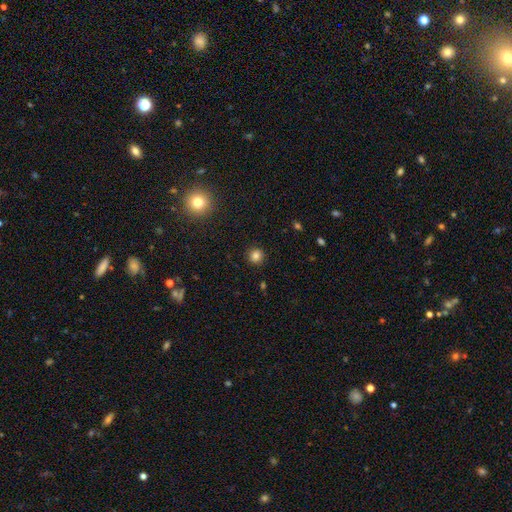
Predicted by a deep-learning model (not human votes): Morphology: type=smooth (82%); roundness=round (93%); merging=none (91%).